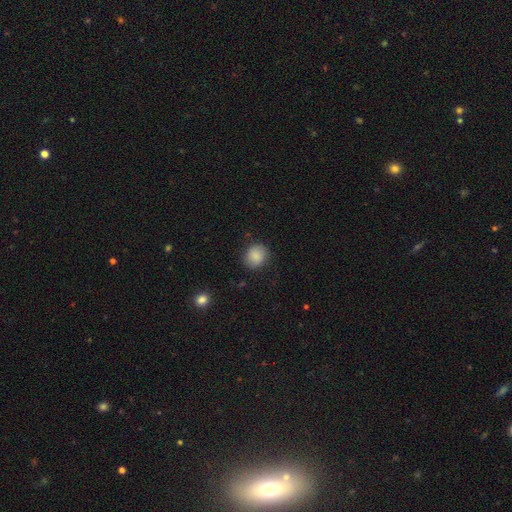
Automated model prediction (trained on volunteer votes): Smooth or featured: smooth — 86% (star or artifact — 8%)
How rounded: round — 80% (in between — 19%)
Merging: none — 86% (minor disturbance — 10%)